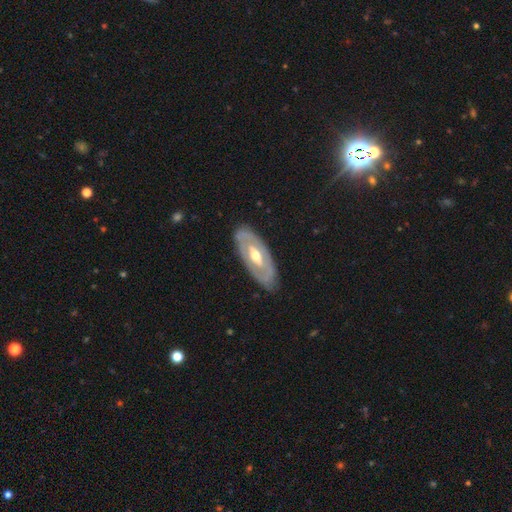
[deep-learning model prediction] The model was most divided on "bar": no: 55%, weak: 30%, strong: 15%. More confident: edge-on disk — no (85%); merging — none (83%); bulge size — moderate (73%); smooth or featured — featured or disk (70%); spiral arms — no (64%).